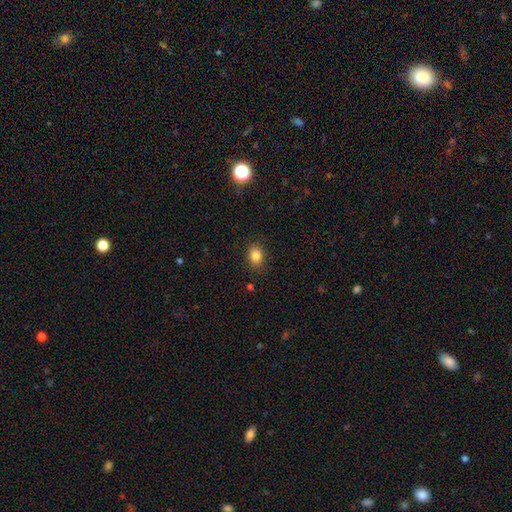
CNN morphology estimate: smooth 84%, star or artifact 11%, featured or disk 5%. Down the decision tree: how rounded — in between (63%); merging — none (86%).